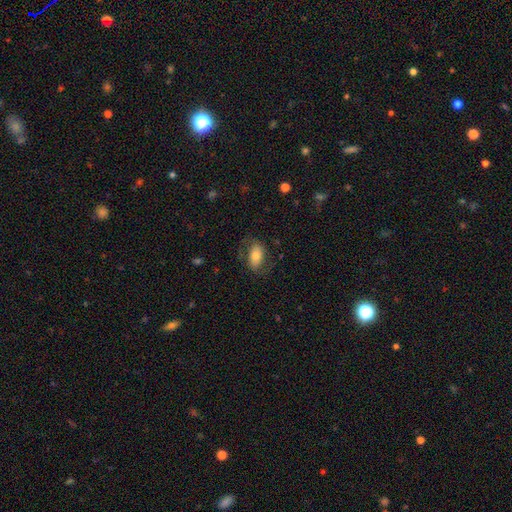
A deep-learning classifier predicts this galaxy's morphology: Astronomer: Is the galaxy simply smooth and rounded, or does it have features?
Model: smooth — 64%.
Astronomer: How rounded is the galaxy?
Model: in between — 91%.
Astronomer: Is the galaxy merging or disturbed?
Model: none — 69%.